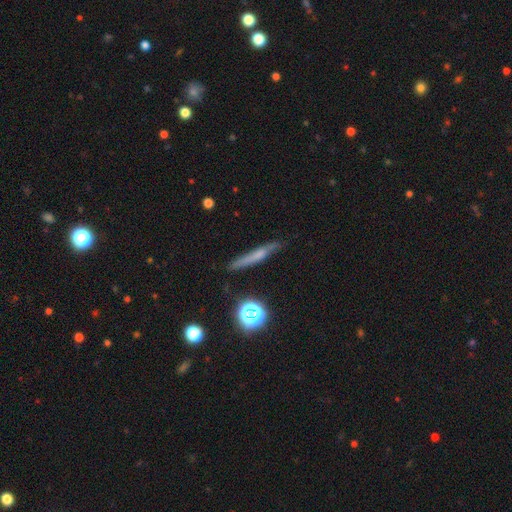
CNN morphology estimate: type=smooth (48%); merging=none (79%).